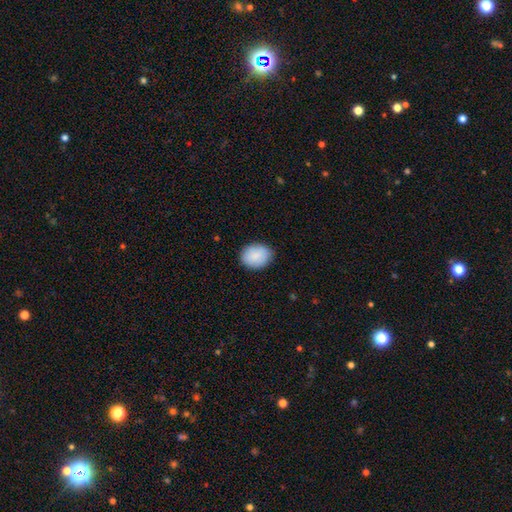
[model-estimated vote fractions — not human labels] Smooth or featured? Predicted: smooth (p=0.89). How rounded? Predicted: in between (p=0.58). Merging? Predicted: none (p=0.84).